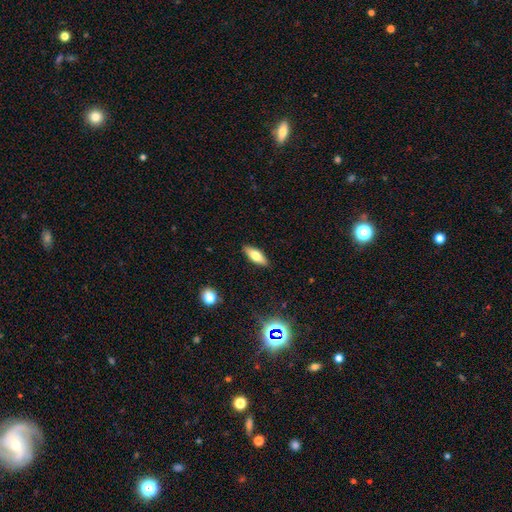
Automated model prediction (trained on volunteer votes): Smooth or featured? Predicted: smooth (p=0.67). How rounded? Predicted: in between (p=0.67). Merging? Predicted: none (p=0.89).